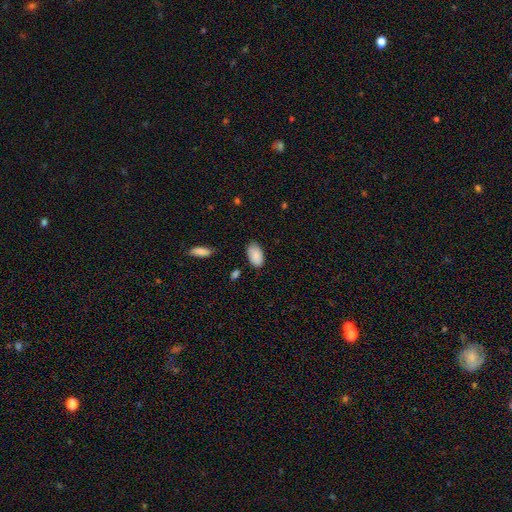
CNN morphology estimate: Smooth or featured? smooth (87%)
How rounded? in between (95%)
Merging? none (78%)